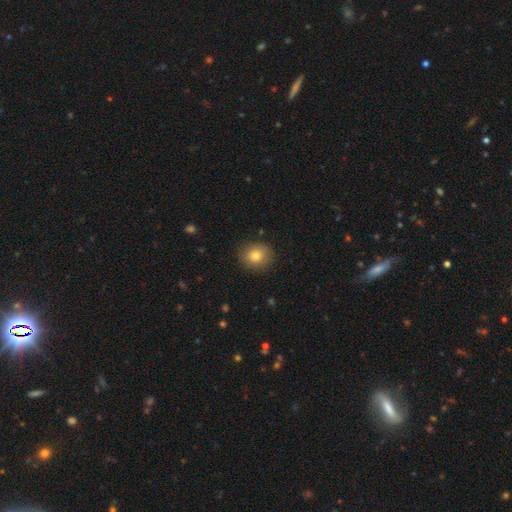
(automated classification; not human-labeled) Smooth or featured: smooth — 79% (featured or disk — 11%)
How rounded: round — 74% (in between — 25%)
Merging: none — 87% (minor disturbance — 10%)